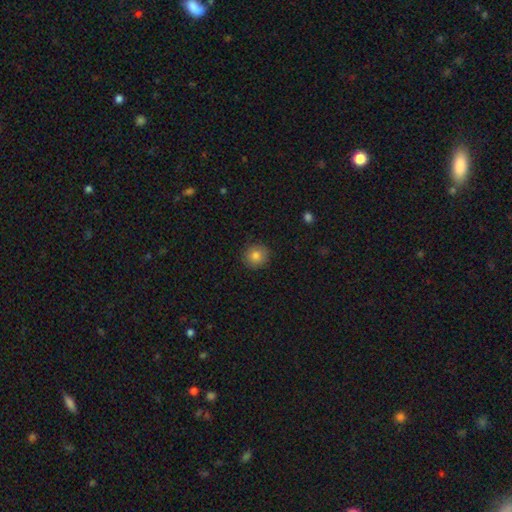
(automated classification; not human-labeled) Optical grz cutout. It shows a smooth galaxy with no disk features (83%) that is round (92%). Merging: none (89%).